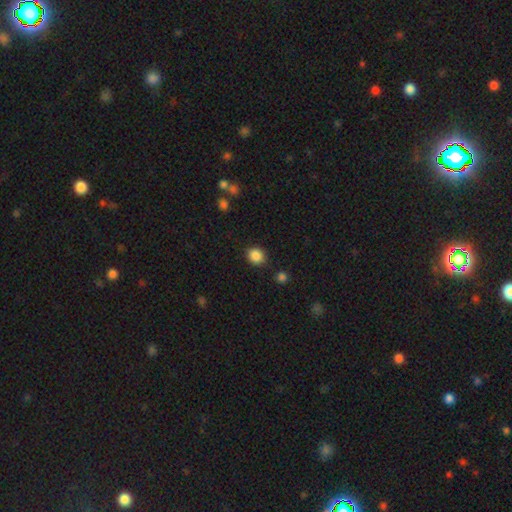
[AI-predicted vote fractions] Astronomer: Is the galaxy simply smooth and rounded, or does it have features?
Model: smooth — 86%.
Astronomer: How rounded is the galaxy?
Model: round — 73%.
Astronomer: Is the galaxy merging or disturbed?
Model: none — 86%.